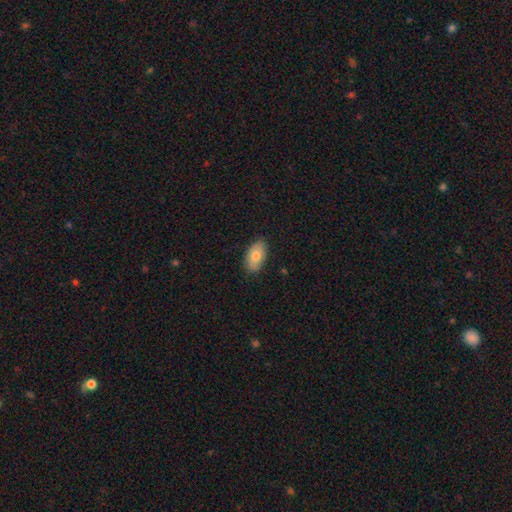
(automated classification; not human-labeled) smooth_or_featured: smooth (p=0.77) [alt: featured or disk p=0.17]
how_rounded: in between (p=0.93) [alt: round p=0.04]
merging: none (p=0.85) [alt: minor disturbance p=0.12]